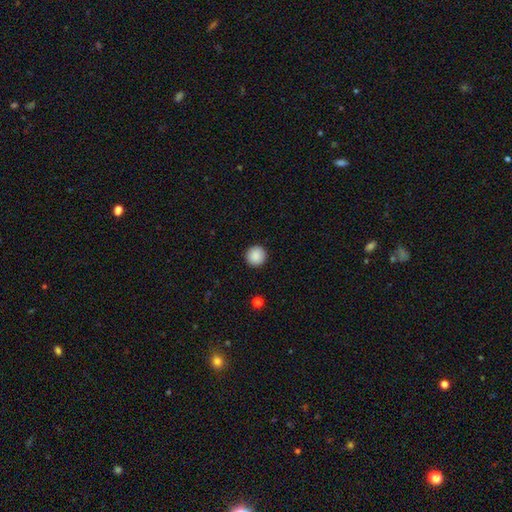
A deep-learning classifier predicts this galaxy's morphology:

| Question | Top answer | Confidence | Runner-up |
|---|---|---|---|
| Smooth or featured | smooth | 89% | star or artifact (8%) |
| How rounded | round | 96% | in between (3%) |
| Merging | none | 93% | minor disturbance (4%) |